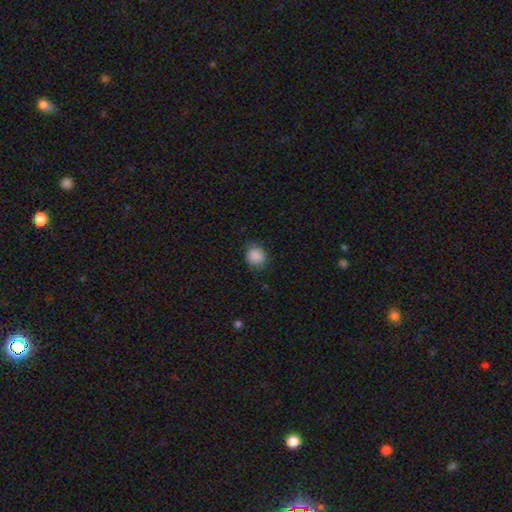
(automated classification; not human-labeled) smooth_or_featured: smooth (p=0.88) [alt: star or artifact p=0.09]
how_rounded: round (p=0.84) [alt: in between p=0.15]
merging: none (p=0.83) [alt: minor disturbance p=0.12]